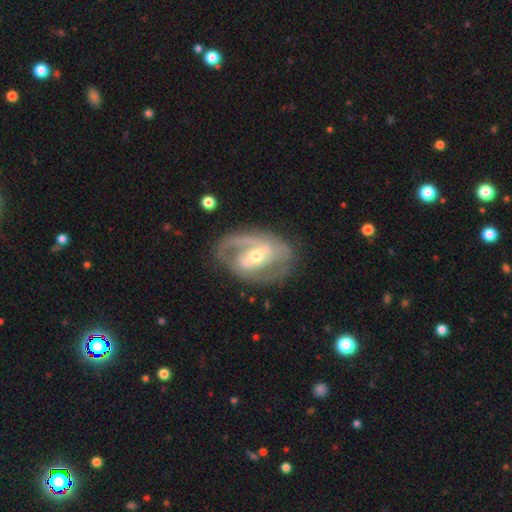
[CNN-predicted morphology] This appears to be a featured or disk galaxy (83%) with a strong bar (38%), 2 (67%) medium (45%) spiral arms (83%) and a moderate central bulge (52%). Merging: none (68%).